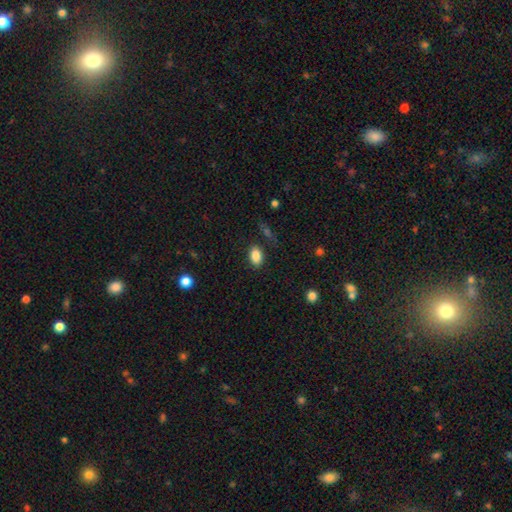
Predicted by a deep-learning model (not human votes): Overall: smooth (86%). How rounded: in between (86%). Merging: none (84%).